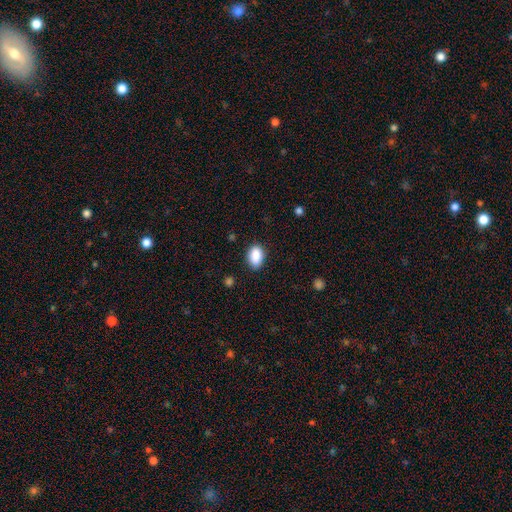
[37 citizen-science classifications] Q: Smooth or featured?
A: smooth (95%); runner-up: featured or disk (3%)
Q: How rounded?
A: in between (86%); runner-up: round (11%)
Q: Merging?
A: none (86%); runner-up: minor disturbance (11%)